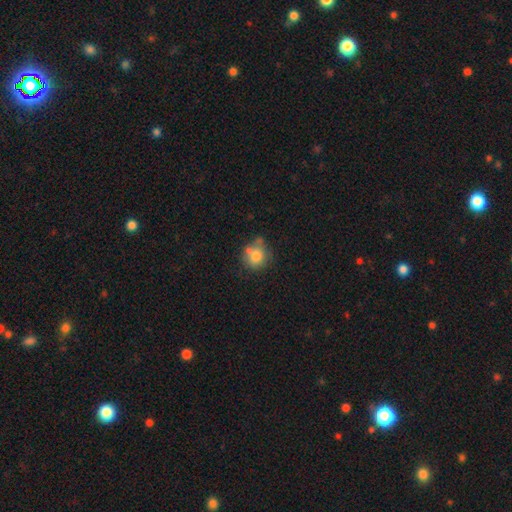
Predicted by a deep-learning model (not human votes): Overall: smooth (75%). How rounded: round (83%). Merging: none (53%; merger 20%).